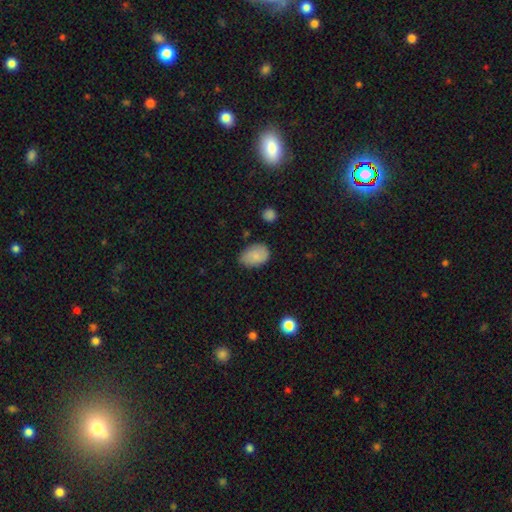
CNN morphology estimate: Smooth or featured? smooth (81%)
How rounded? in between (84%)
Merging? none (68%)